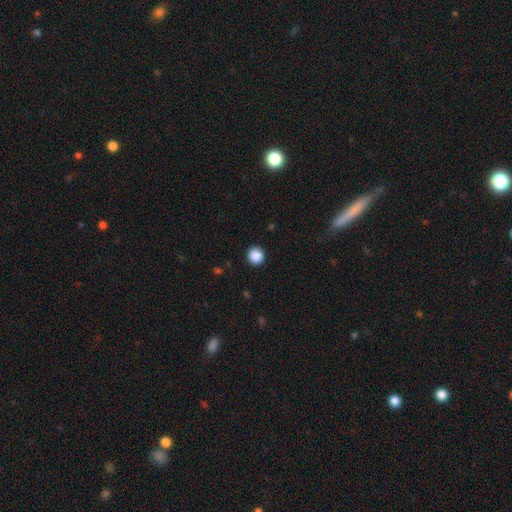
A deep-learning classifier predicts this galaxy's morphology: A smooth galaxy with no disk features (88%) that is round (94%). Merging: none (92%).